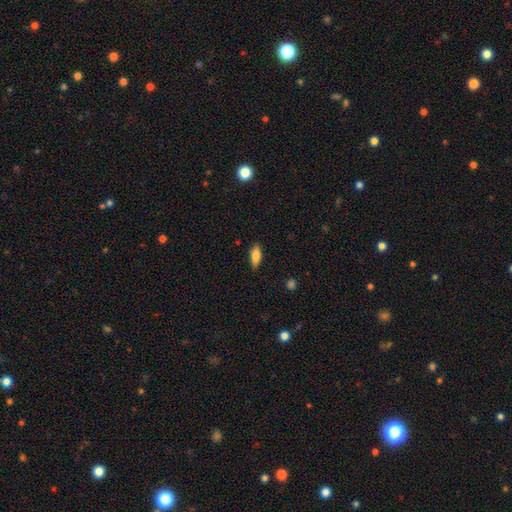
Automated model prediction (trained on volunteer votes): smooth-or-featured: smooth: 81% | featured or disk: 12% | star or artifact: 7%
  how-rounded: in between: 77% | cigar-shaped: 21% | round: 3%
  merging: none: 83% | minor disturbance: 14% | major disturbance: 2% | merger: 1%